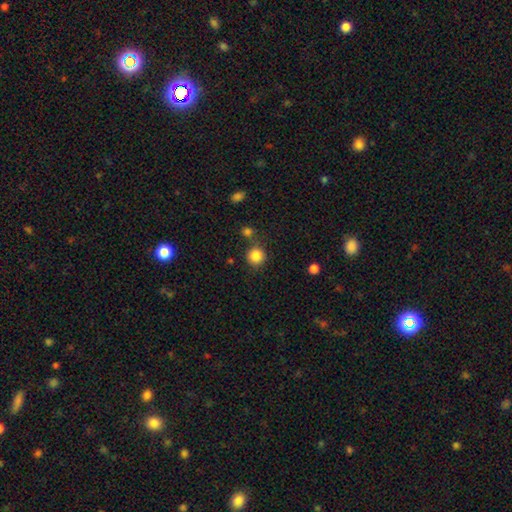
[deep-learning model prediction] This is clearly a smooth galaxy (86%). How rounded: clearly round (93%). Merging: likely none (79%).